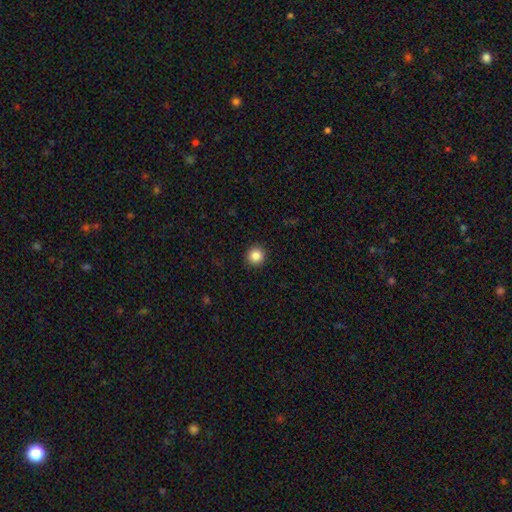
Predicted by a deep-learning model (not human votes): The model was most divided on "smooth or featured": smooth: 86%, star or artifact: 10%, featured or disk: 4%. More confident: how rounded — round (96%); merging — none (93%).